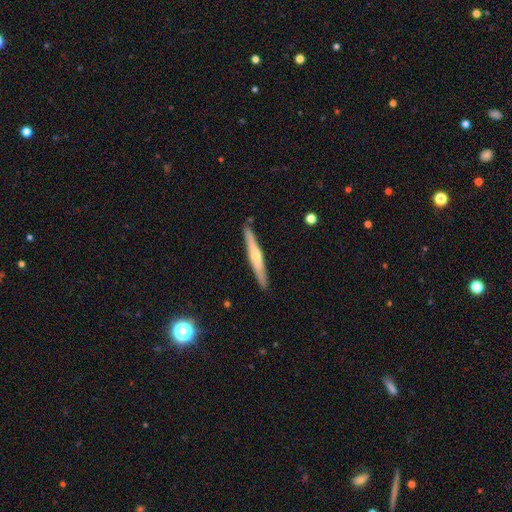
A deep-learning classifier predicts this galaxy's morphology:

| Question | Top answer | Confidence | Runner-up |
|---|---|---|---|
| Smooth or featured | featured or disk | 61% | smooth (34%) |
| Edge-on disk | yes | 96% | no (4%) |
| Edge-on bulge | rounded | 78% | none (17%) |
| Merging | none | 90% | minor disturbance (7%) |